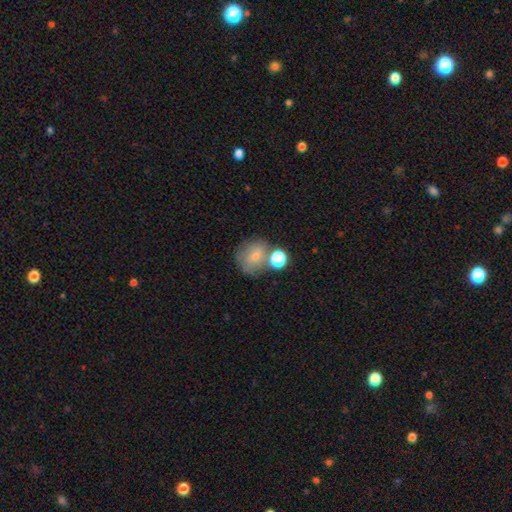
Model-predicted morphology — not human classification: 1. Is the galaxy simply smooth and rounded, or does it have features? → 66% smooth, 19% featured or disk, 15% star or artifact.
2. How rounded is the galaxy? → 72% round, 27% in between, 1% cigar-shaped.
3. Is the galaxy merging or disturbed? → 53% none, 24% merger, 16% minor disturbance, 7% major disturbance.